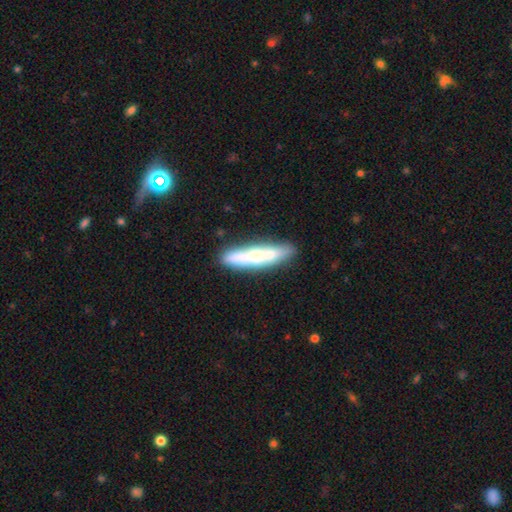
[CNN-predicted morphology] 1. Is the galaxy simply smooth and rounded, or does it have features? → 52% smooth, 39% featured or disk, 9% star or artifact.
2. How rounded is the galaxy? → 88% cigar-shaped, 11% in between, 2% round.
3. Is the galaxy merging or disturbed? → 74% none, 16% minor disturbance, 6% merger, 4% major disturbance.